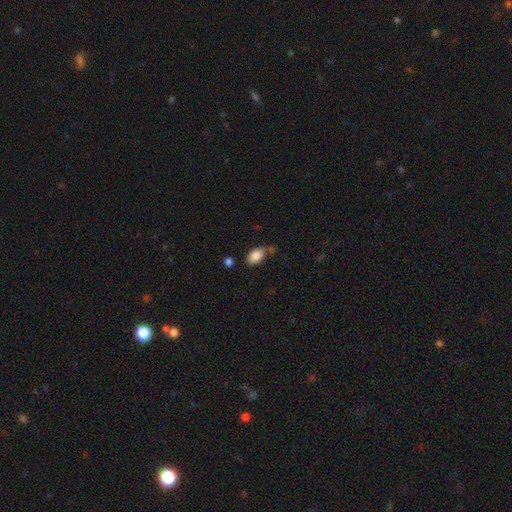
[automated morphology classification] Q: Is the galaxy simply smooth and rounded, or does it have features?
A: smooth — 87%.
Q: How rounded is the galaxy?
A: in between — 91%.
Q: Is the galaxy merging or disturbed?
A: none — 62%.